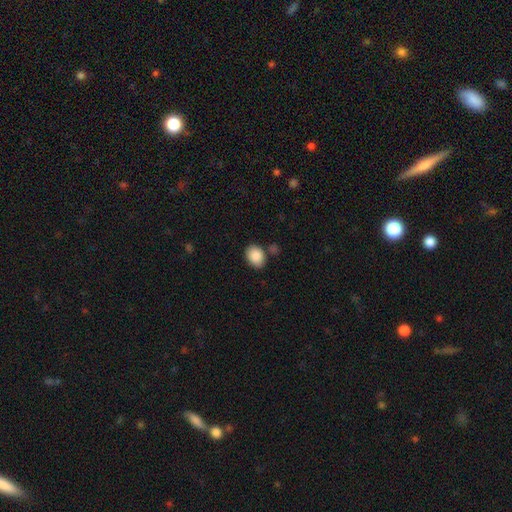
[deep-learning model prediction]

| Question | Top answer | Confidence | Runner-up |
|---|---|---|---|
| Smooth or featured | smooth | 89% | star or artifact (7%) |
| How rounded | in between | 67% | round (32%) |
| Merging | none | 78% | minor disturbance (12%) |